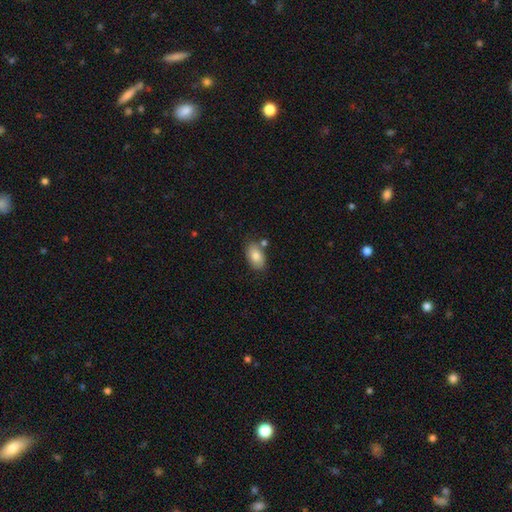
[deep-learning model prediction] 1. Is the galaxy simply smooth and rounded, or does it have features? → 82% smooth, 11% featured or disk, 7% star or artifact.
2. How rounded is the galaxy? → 91% in between, 8% round, 1% cigar-shaped.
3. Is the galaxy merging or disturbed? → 74% none, 14% minor disturbance, 9% merger, 3% major disturbance.